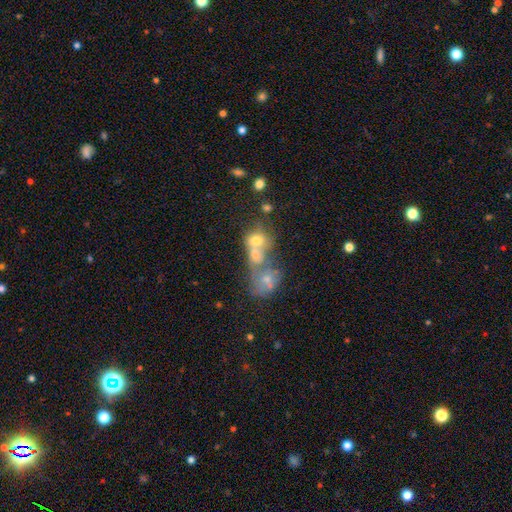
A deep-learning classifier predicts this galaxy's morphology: type=smooth (59%); roundness=round (54%); merging=merger (68%).